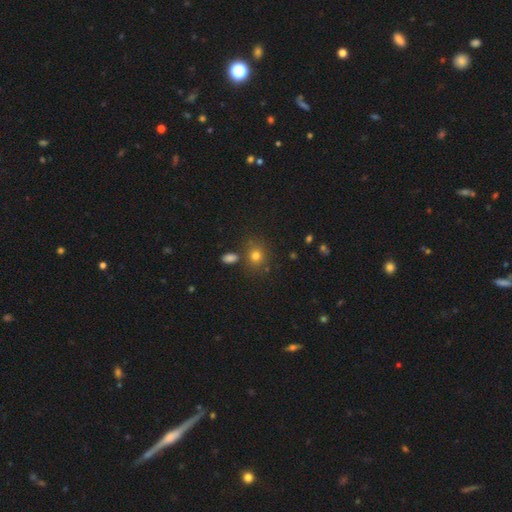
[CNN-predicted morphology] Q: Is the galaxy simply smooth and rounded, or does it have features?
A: smooth — 77%.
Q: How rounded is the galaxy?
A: round — 75%.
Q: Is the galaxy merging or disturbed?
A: none — 74%.